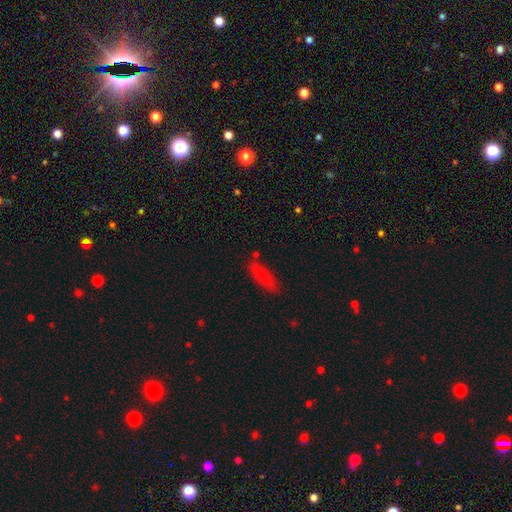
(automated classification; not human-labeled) This appears to be a smooth galaxy with no disk features (76%) that is in between round and cigar-shaped (60%). Merging: none (75%).